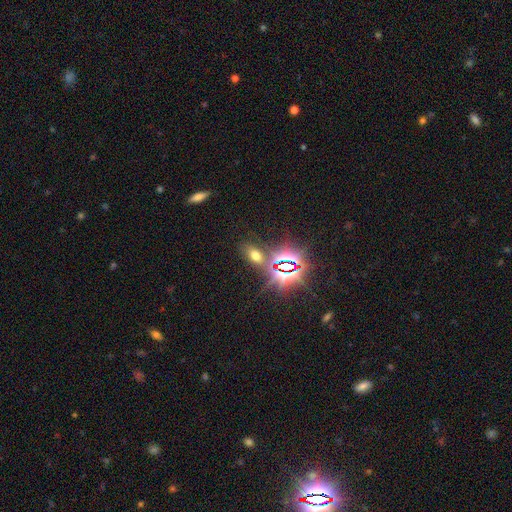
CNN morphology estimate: Q: Smooth or featured?
A: smooth (47%); runner-up: star or artifact (43%)
Q: Merging?
A: none (76%); runner-up: minor disturbance (10%)